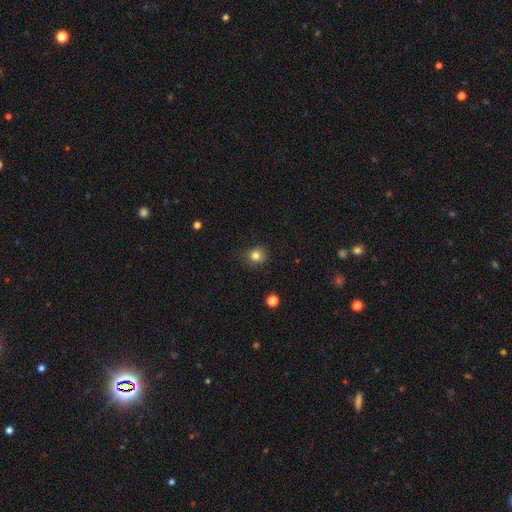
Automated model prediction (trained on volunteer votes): Smooth or featured: smooth — 81% (star or artifact — 13%)
How rounded: round — 85% (in between — 14%)
Merging: none — 82% (minor disturbance — 14%)